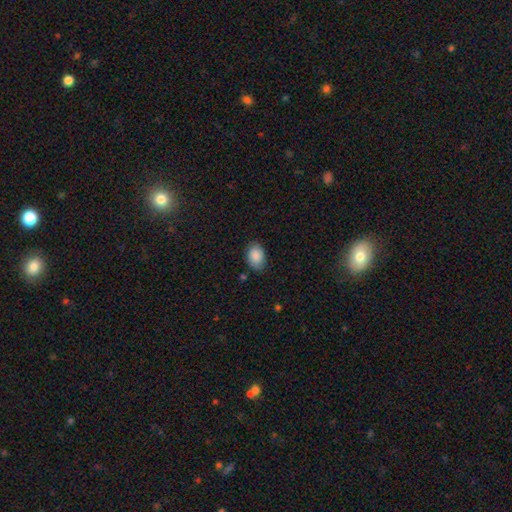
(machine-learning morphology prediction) Smooth or featured?
  - smooth: 88% *
  - star or artifact: 7%
  - featured or disk: 5%
How rounded?
  - in between: 83% *
  - round: 16%
  - cigar-shaped: 1%
Merging?
  - none: 80% *
  - minor disturbance: 16%
  - major disturbance: 3%
  - merger: 1%